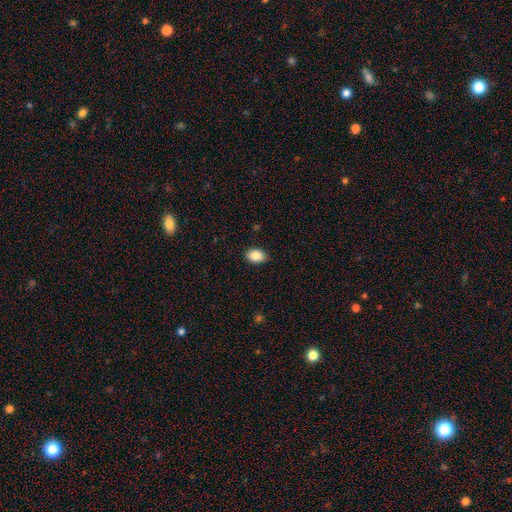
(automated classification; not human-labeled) Overall: smooth (87%). How rounded: in between (81%). Merging: none (86%).